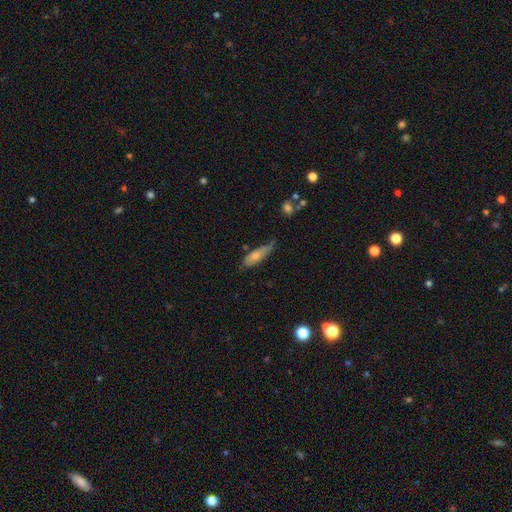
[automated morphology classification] Smooth or featured: smooth — 71% (featured or disk — 23%)
How rounded: cigar-shaped — 50% (in between — 48%)
Merging: none — 47% (minor disturbance — 38%)